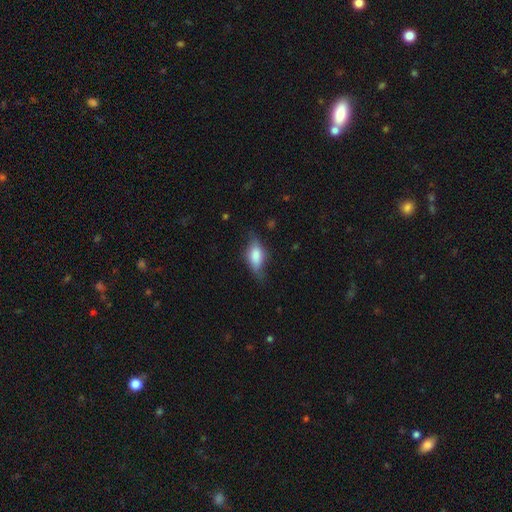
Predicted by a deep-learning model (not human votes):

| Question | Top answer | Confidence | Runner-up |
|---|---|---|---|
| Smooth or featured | smooth | 66% | featured or disk (27%) |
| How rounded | in between | 81% | cigar-shaped (14%) |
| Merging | none | 58% | minor disturbance (30%) |